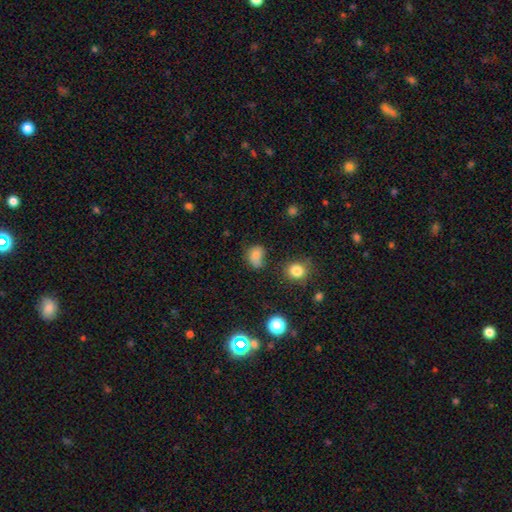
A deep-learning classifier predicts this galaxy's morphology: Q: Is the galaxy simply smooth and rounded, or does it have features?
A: smooth — 76%.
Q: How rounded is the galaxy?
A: in between — 62%.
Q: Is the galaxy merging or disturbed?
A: none — 48%.